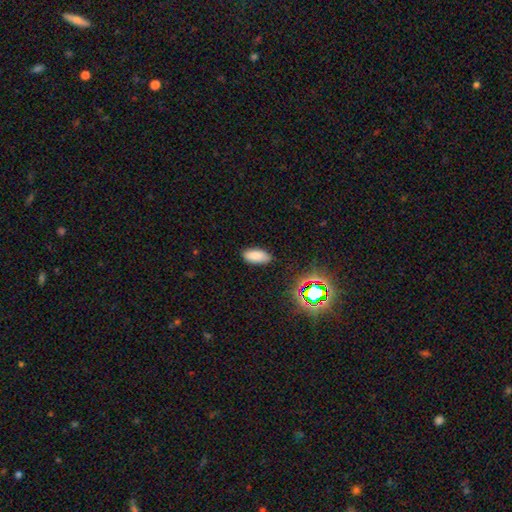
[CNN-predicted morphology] Smooth or featured: smooth — 83% (star or artifact — 11%)
How rounded: in between — 90% (cigar-shaped — 8%)
Merging: none — 84% (minor disturbance — 12%)